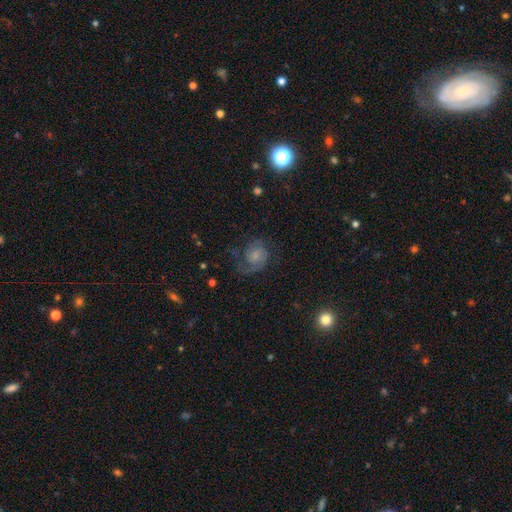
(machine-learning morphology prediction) Smooth or featured: featured or disk — 68% (smooth — 22%)
Edge-on disk: no — 98% (yes — 2%)
Bar: no — 65% (weak — 30%)
Spiral arms: yes — 93% (no — 7%)
Spiral winding: medium — 46% (tight — 30%)
Spiral arm count: 2 — 69% (1 — 15%)
Bulge size: small — 51% (moderate — 27%)
Merging: none — 59% (minor disturbance — 20%)